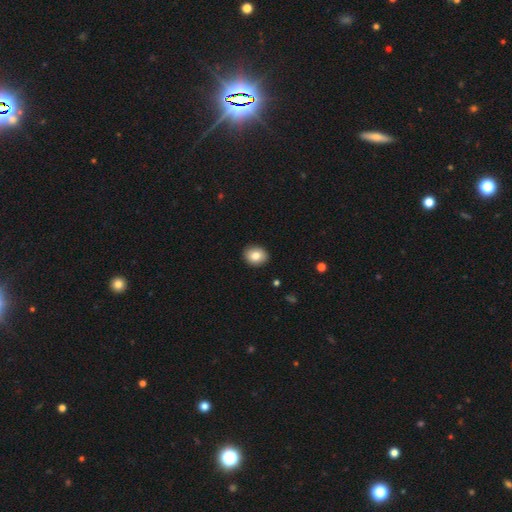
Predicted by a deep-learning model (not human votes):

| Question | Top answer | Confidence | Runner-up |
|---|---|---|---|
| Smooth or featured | smooth | 82% | featured or disk (9%) |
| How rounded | round | 58% | in between (41%) |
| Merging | none | 91% | minor disturbance (7%) |